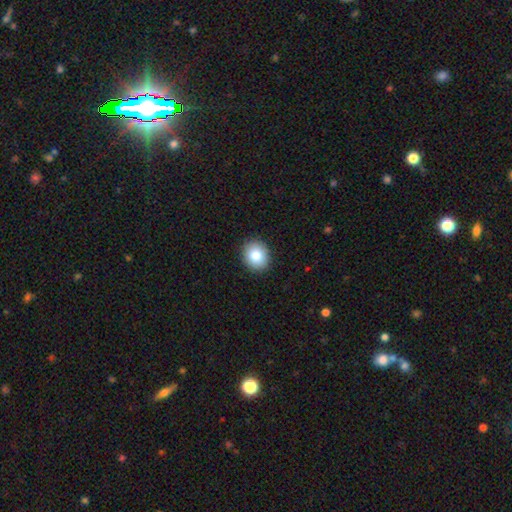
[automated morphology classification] smooth 83%, star or artifact 9%, featured or disk 8%. Down the decision tree: how rounded — round (64%); merging — none (91%).